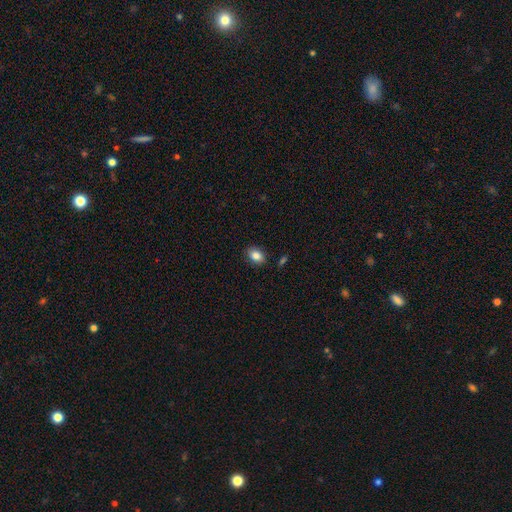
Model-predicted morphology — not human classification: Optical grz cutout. It shows a smooth galaxy with no disk features (85%) that is in between round and cigar-shaped (73%). Merging: none (87%).